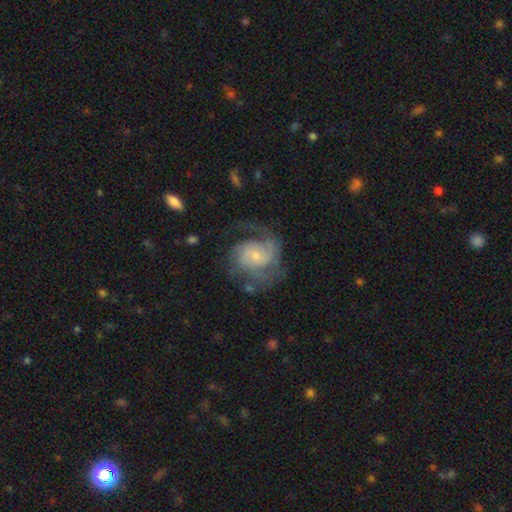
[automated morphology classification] type=featured or disk (83%); edge-on=no (98%); bar=no (65%); spiral arms=yes (94%); winding=medium (45%); arm count=2 (46%); bulge=small (68%); merging=none (56%).